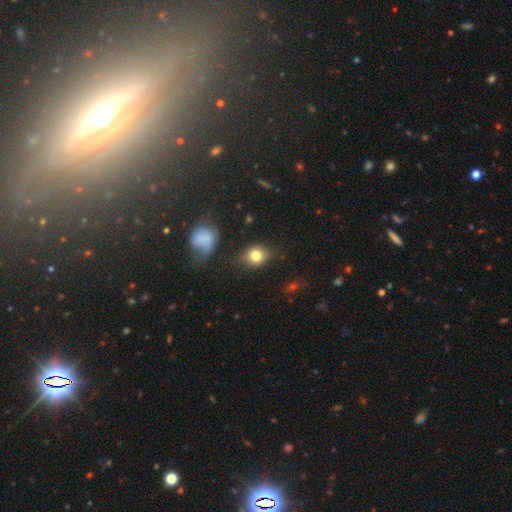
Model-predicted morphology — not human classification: smooth_or_featured: smooth (p=0.79) [alt: featured or disk p=0.11]
how_rounded: round (p=0.61) [alt: in between p=0.38]
merging: none (p=0.71) [alt: minor disturbance p=0.18]